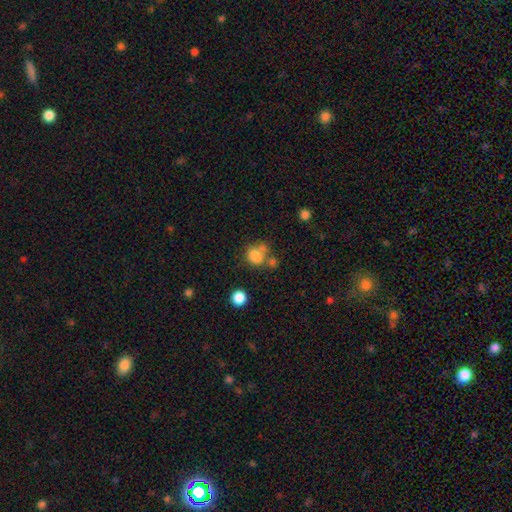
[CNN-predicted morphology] smooth_or_featured: smooth (p=0.76) [alt: star or artifact p=0.14]
how_rounded: round (p=0.63) [alt: in between p=0.36]
merging: none (p=0.44) [alt: merger p=0.31]